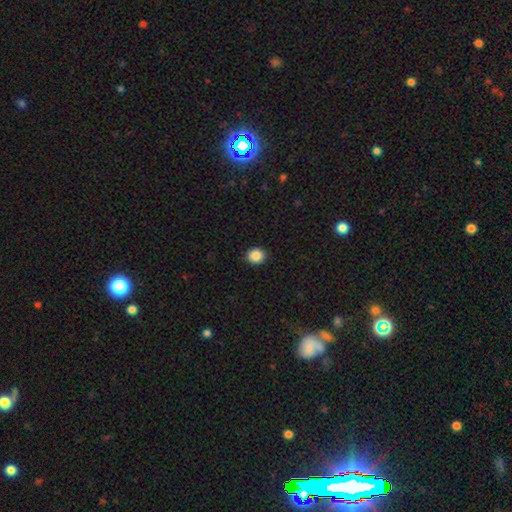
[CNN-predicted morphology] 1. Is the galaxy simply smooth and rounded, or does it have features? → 88% smooth, 10% star or artifact, 3% featured or disk.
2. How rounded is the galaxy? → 88% round, 11% in between, 1% cigar-shaped.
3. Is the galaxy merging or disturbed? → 92% none, 5% minor disturbance, 2% major disturbance, 1% merger.